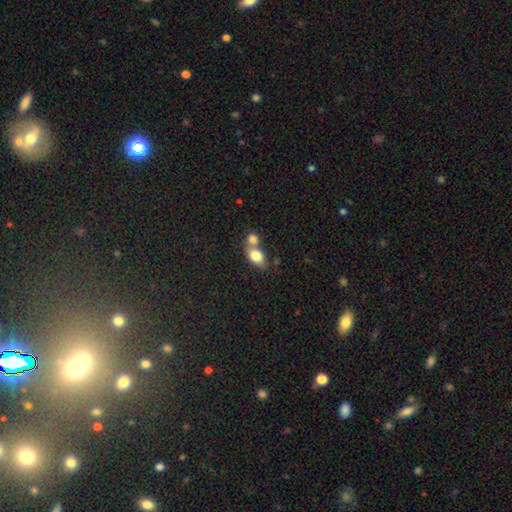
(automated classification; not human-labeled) smooth 81%, featured or disk 11%, star or artifact 8%. Down the decision tree: how rounded — in between (79%); merging — merger (56%).